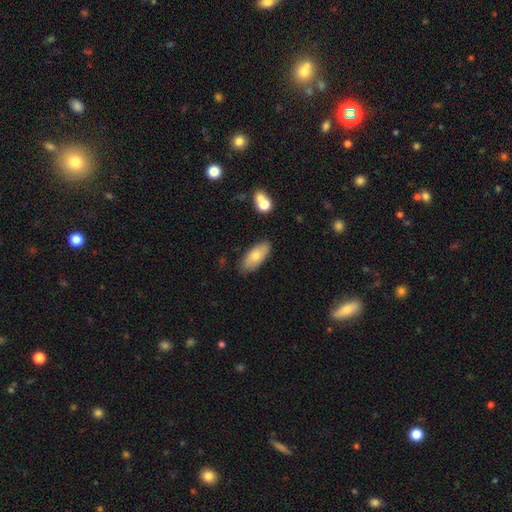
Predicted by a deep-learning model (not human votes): smooth-or-featured: smooth: 75% | featured or disk: 19% | star or artifact: 6%
  how-rounded: in between: 85% | cigar-shaped: 13% | round: 3%
  merging: none: 81% | minor disturbance: 14% | major disturbance: 3% | merger: 2%